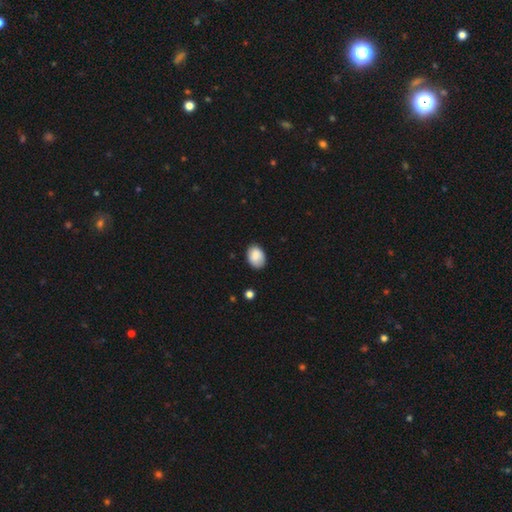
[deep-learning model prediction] Overall: smooth (87%). How rounded: in between (78%). Merging: none (78%).